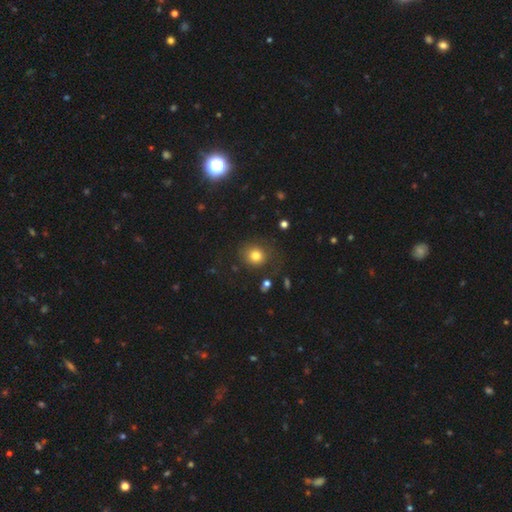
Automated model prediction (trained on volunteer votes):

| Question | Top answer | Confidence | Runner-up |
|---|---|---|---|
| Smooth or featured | smooth | 78% | star or artifact (12%) |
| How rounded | round | 84% | in between (15%) |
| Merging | none | 74% | minor disturbance (15%) |